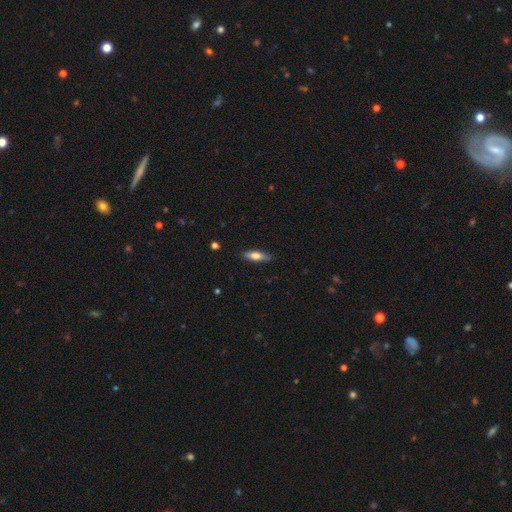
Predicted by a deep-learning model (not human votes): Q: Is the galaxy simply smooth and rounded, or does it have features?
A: smooth — 65%.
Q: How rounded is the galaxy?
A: cigar-shaped — 50%.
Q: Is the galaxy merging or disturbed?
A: none — 88%.